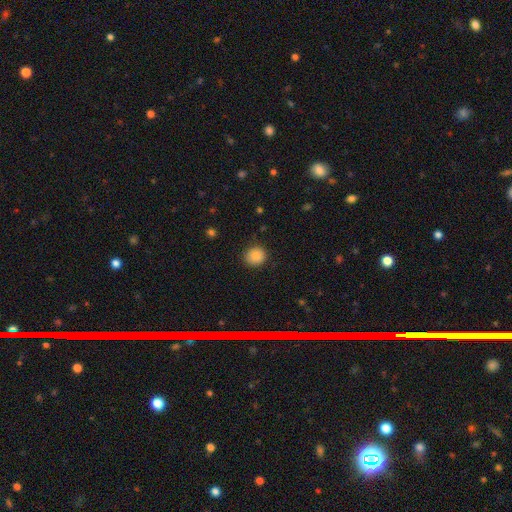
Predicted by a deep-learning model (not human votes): Q: Smooth or featured?
A: smooth (84%); runner-up: star or artifact (12%)
Q: How rounded?
A: round (89%); runner-up: in between (10%)
Q: Merging?
A: none (87%); runner-up: minor disturbance (9%)